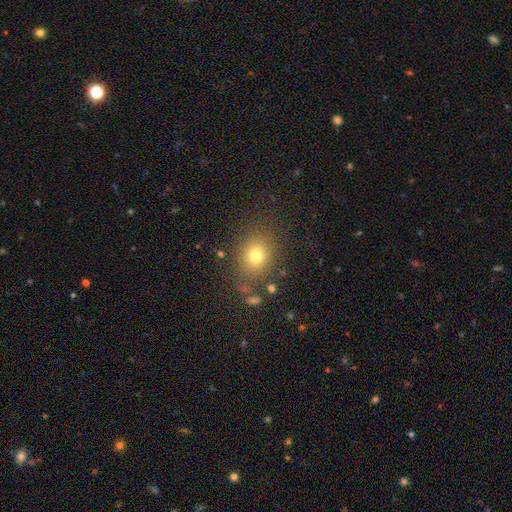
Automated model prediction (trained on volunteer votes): A smooth galaxy with no disk features (74%) that is round (69%). Merging: none (79%).